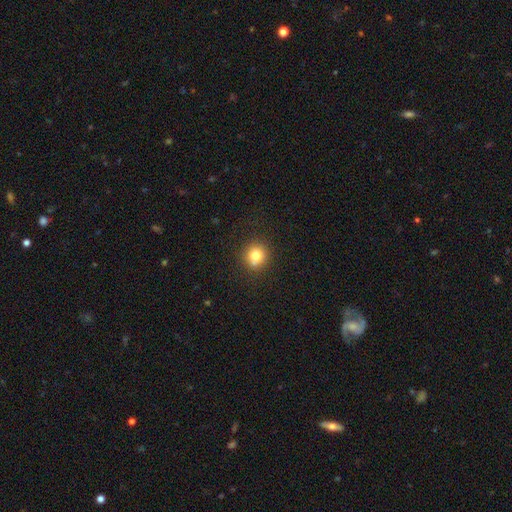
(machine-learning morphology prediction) Smooth or featured? smooth (78%)
How rounded? round (89%)
Merging? none (78%)